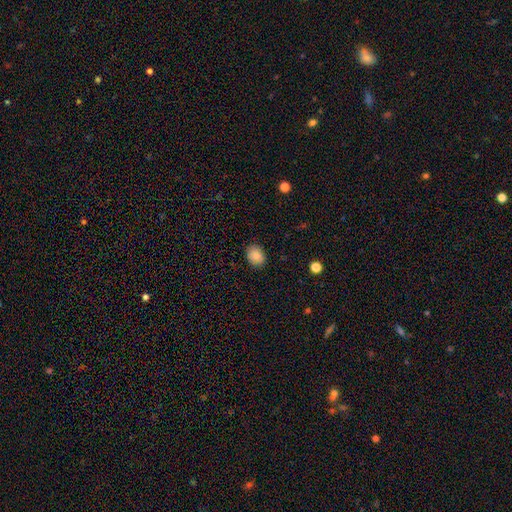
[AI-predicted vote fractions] This appears to be a smooth galaxy with no disk features (86%) that is in between round and cigar-shaped (60%). Merging: none (88%).